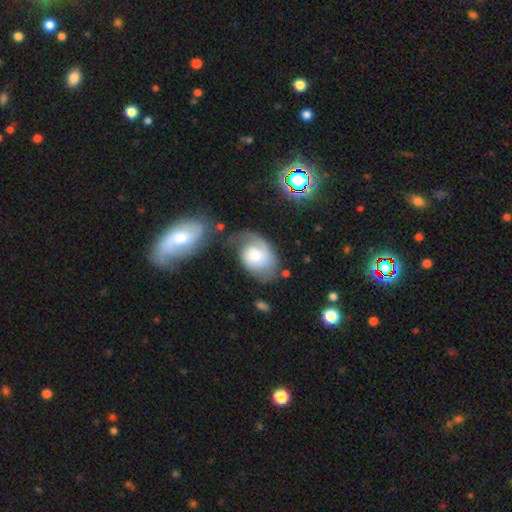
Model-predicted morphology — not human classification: A smooth galaxy with no disk features (49%). Merging: none (37%).